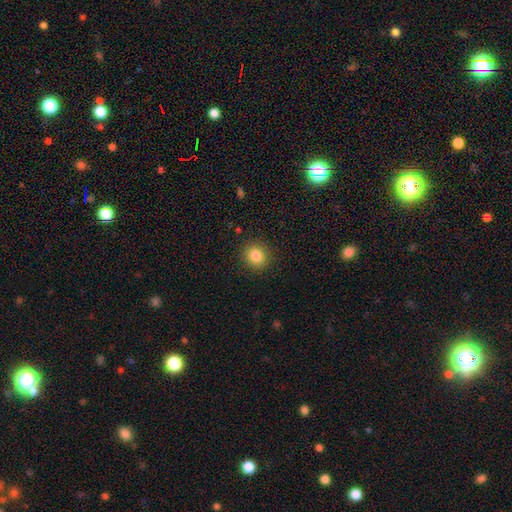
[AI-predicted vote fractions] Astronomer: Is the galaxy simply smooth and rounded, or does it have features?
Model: smooth — 84%.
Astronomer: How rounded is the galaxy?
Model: round — 85%.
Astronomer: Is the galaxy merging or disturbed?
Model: none — 90%.